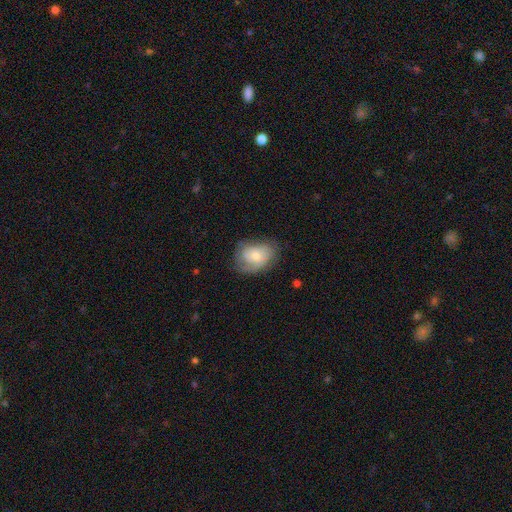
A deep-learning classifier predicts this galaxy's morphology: Smooth or featured? Predicted: smooth (p=0.51). How rounded? Predicted: in between (p=0.67). Merging? Predicted: none (p=0.62).